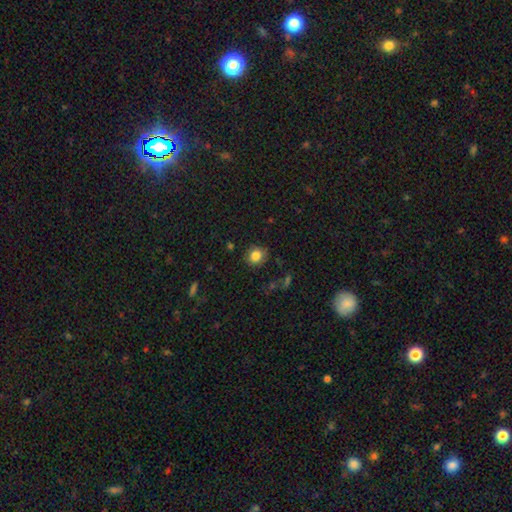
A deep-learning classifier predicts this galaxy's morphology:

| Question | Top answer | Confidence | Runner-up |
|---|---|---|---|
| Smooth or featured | smooth | 83% | star or artifact (11%) |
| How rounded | round | 83% | in between (16%) |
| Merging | none | 84% | minor disturbance (12%) |